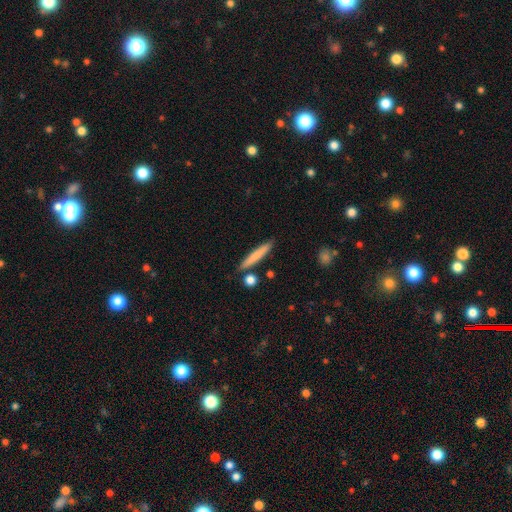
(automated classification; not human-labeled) smooth 74%, featured or disk 20%, star or artifact 6%. Down the decision tree: how rounded — cigar-shaped (93%); merging — none (84%).